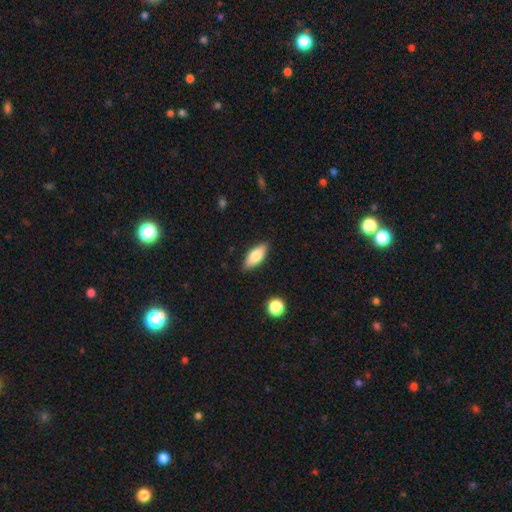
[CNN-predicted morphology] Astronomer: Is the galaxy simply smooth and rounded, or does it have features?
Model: smooth — 75%.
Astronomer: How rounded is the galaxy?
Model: in between — 78%.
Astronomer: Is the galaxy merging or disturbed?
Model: none — 85%.